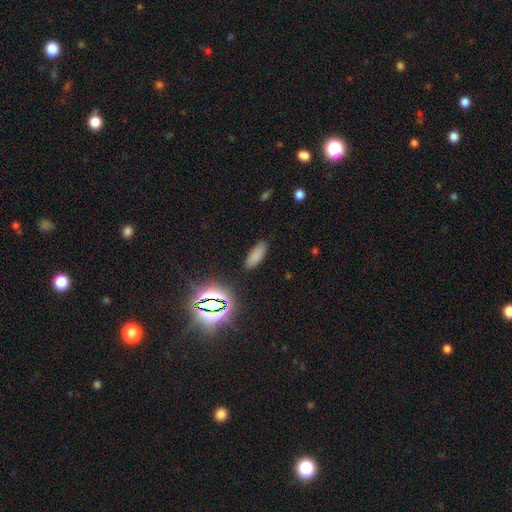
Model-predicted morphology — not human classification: This appears to be a smooth galaxy with no disk features (77%) that is in between round and cigar-shaped (70%). Merging: none (87%).